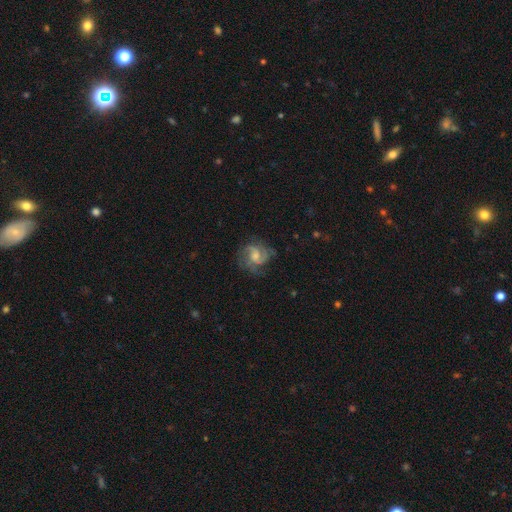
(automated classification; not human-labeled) Morphology: type=featured or disk (82%); edge-on=no (98%); bar=no (52%); spiral arms=yes (95%); winding=medium (53%); arm count=2 (48%); bulge=moderate (46%); merging=none (69%).